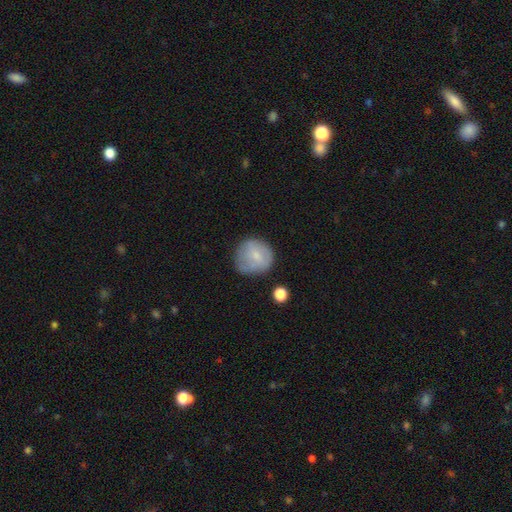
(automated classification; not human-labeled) A smooth galaxy with no disk features (71%) that is round (87%). Merging: none (62%).